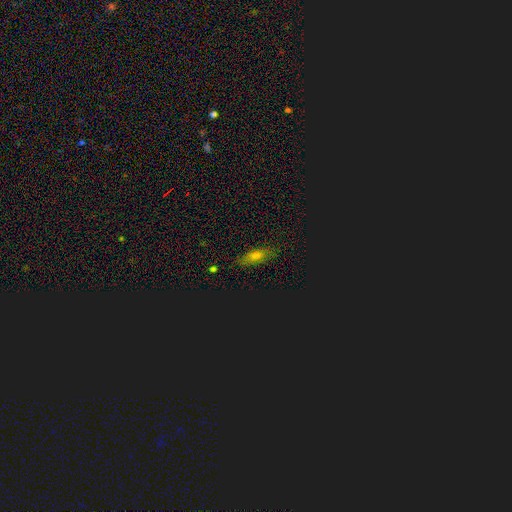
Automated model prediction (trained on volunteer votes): Smooth or featured? smooth (58%)
How rounded? in between (67%)
Merging? none (83%)